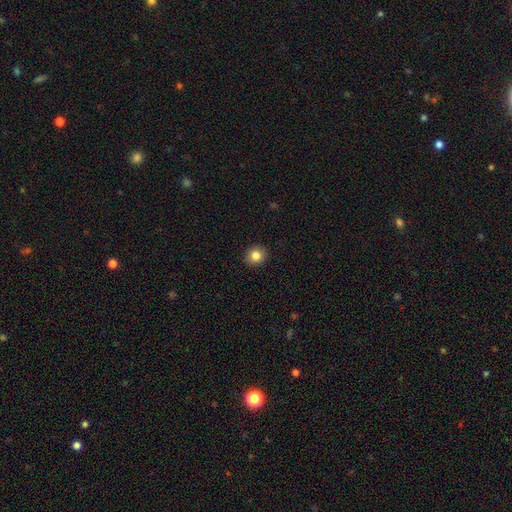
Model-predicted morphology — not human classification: smooth_or_featured: smooth (p=0.84) [alt: star or artifact p=0.10]
how_rounded: round (p=0.86) [alt: in between p=0.13]
merging: none (p=0.92) [alt: minor disturbance p=0.05]